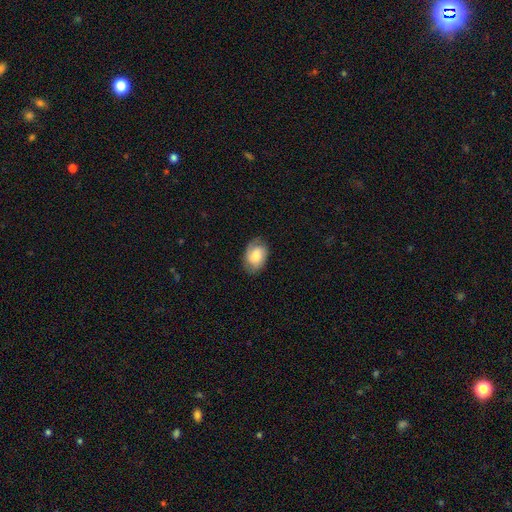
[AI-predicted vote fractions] smooth-or-featured: smooth: 62% | featured or disk: 31% | star or artifact: 8%
  how-rounded: in between: 81% | round: 18% | cigar-shaped: 1%
  merging: none: 73% | minor disturbance: 20% | major disturbance: 6% | merger: 1%